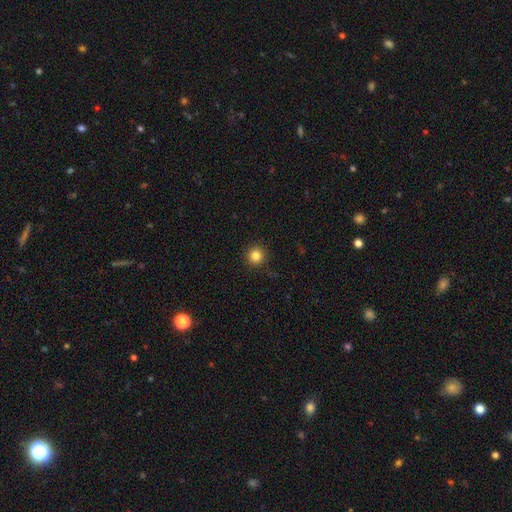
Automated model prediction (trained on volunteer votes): Q: Smooth or featured?
A: smooth (83%); runner-up: star or artifact (12%)
Q: How rounded?
A: round (95%); runner-up: in between (4%)
Q: Merging?
A: none (92%); runner-up: minor disturbance (5%)